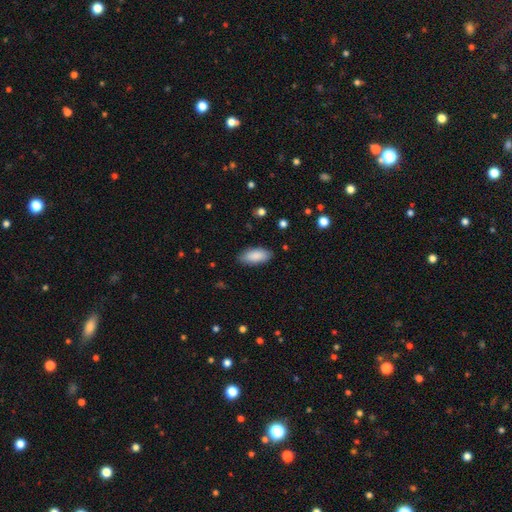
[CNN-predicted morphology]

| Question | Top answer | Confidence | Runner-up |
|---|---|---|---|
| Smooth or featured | smooth | 88% | star or artifact (6%) |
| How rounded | in between | 88% | cigar-shaped (10%) |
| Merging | none | 87% | minor disturbance (10%) |